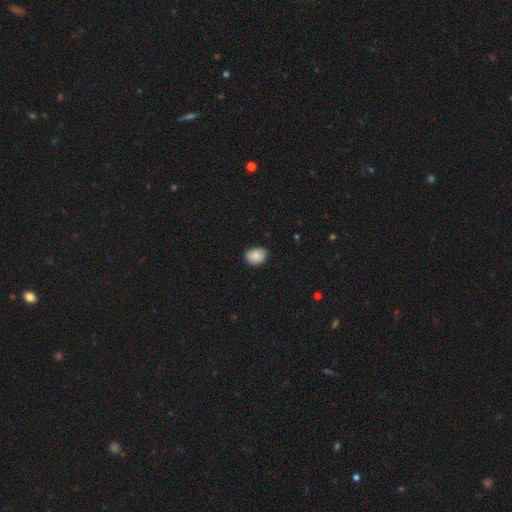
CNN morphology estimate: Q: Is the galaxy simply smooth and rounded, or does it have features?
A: smooth — 86%.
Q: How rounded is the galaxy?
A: in between — 59%.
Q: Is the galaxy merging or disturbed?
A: none — 84%.